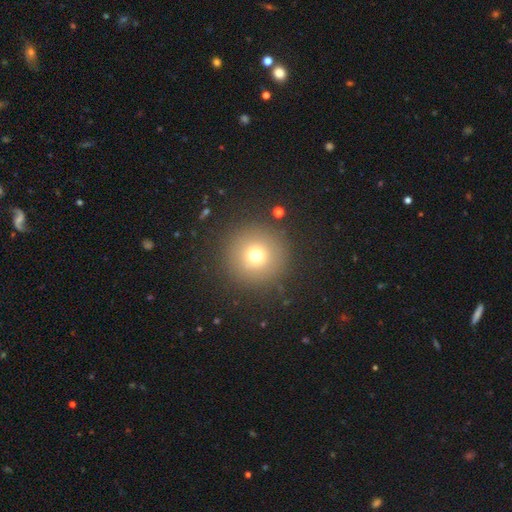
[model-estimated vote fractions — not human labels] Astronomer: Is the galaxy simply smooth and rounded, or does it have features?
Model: smooth — 71%.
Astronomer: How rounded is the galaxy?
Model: round — 96%.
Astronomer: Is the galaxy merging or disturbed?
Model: none — 89%.